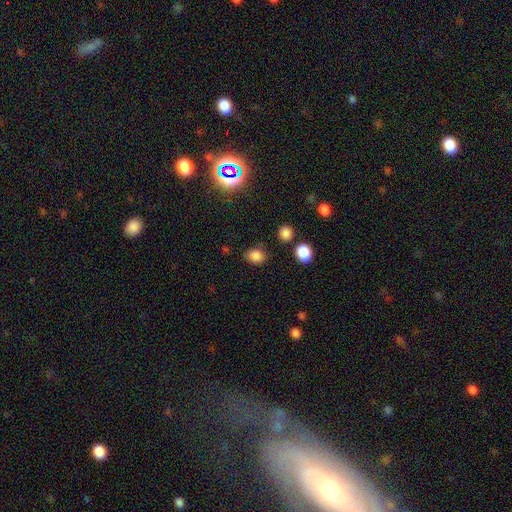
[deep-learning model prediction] smooth_or_featured: smooth (p=0.84) [alt: star or artifact p=0.12]
how_rounded: round (p=0.54) [alt: in between p=0.45]
merging: none (p=0.76) [alt: minor disturbance p=0.16]